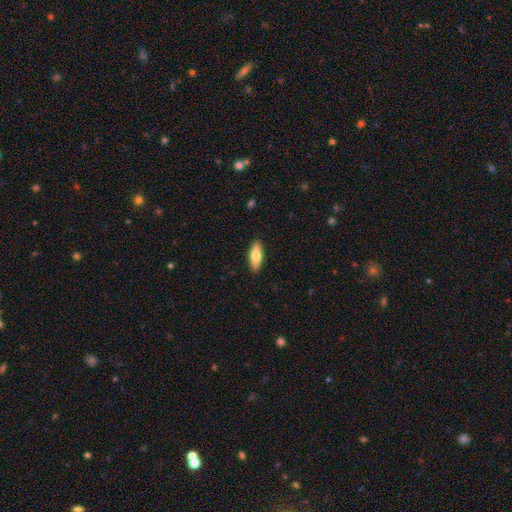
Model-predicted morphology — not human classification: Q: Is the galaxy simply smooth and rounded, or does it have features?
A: smooth — 72%.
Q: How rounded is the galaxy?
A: in between — 68%.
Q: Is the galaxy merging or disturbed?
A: none — 90%.